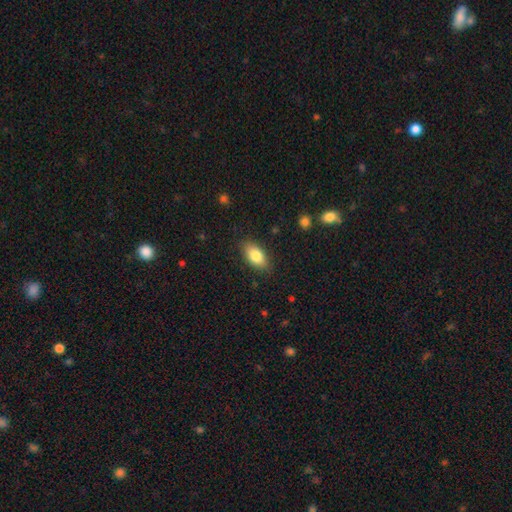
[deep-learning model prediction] Morphology: type=smooth (83%); roundness=in between (90%); merging=none (85%).